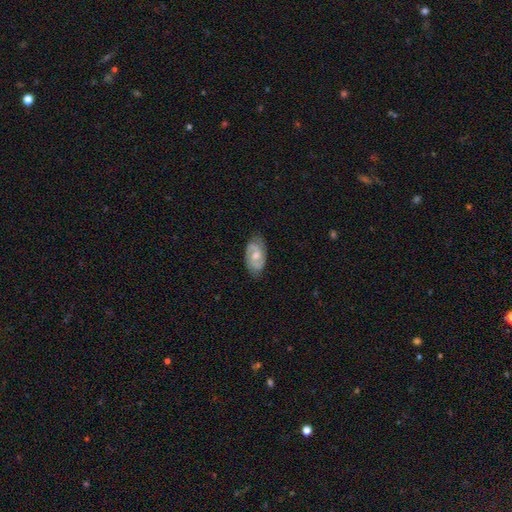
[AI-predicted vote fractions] The model was most divided on "bar": no: 49%, weak: 43%, strong: 8%. Remaining: edge-on disk — no (96%); spiral arms — yes (93%); spiral arm count — 2 (88%); merging — none (80%); smooth or featured — featured or disk (77%); bulge size — moderate (65%); spiral winding — medium (47%).